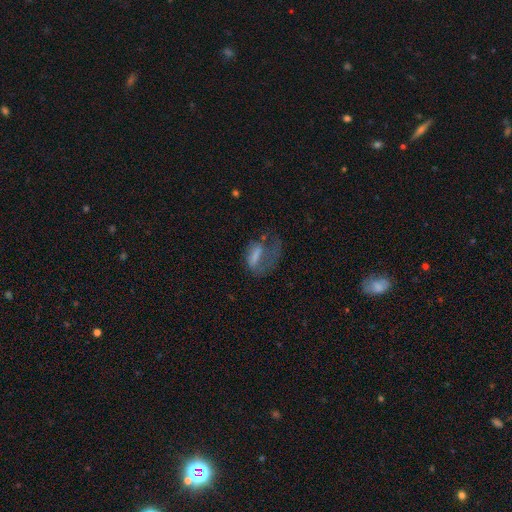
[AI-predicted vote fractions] A smooth galaxy with no disk features (46%).

Vote fractions:
- Smooth or featured? smooth: 46% / featured or disk: 43% / star or artifact: 12%
- Merging? major disturbance: 59% / none: 21% / minor disturbance: 15% / merger: 5%